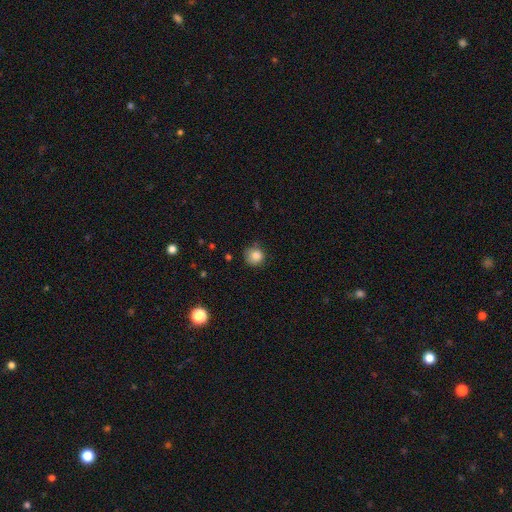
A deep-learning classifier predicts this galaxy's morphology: Smooth or featured?
  - smooth: 85% *
  - star or artifact: 10%
  - featured or disk: 5%
How rounded?
  - round: 90% *
  - in between: 9%
  - cigar-shaped: 1%
Merging?
  - none: 71% *
  - minor disturbance: 22%
  - major disturbance: 5%
  - merger: 2%